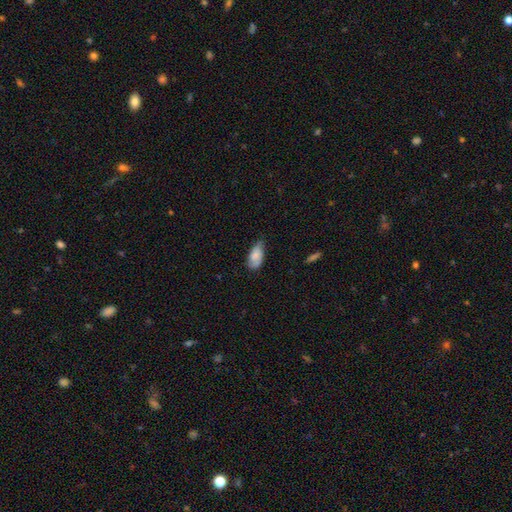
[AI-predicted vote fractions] A smooth galaxy with no disk features (78%) that is in between round and cigar-shaped (91%). Merging: none (55%).